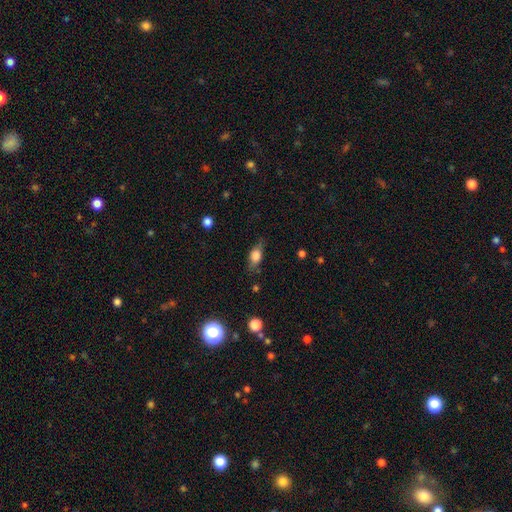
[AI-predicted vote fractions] smooth 67%, featured or disk 24%, star or artifact 9%. Down the decision tree: how rounded — in between (75%); merging — none (73%).